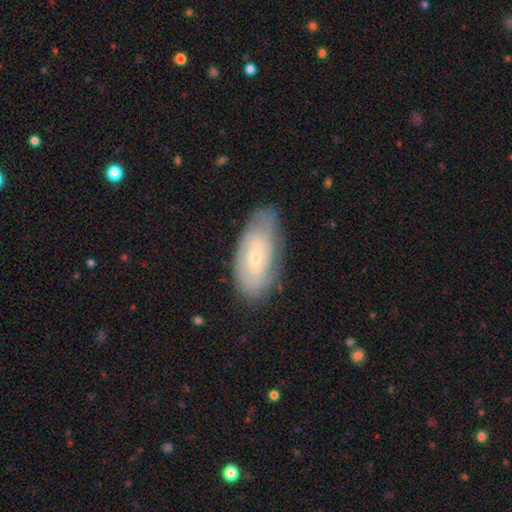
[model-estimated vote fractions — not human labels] smooth_or_featured: featured or disk (p=0.59) [alt: smooth p=0.34]
disk_edge_on: no (p=0.90) [alt: yes p=0.10]
bar: no (p=0.73) [alt: weak p=0.23]
has_spiral_arms: yes (p=0.70) [alt: no p=0.30]
bulge_size: small (p=0.70) [alt: moderate p=0.26]
merging: none (p=0.69) [alt: minor disturbance p=0.23]